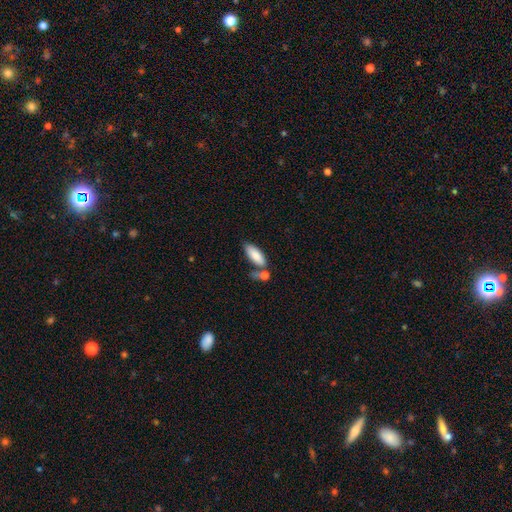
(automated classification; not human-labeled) This is clearly a smooth galaxy (84%). How rounded: likely in between (77%). Merging: possibly none (53%).